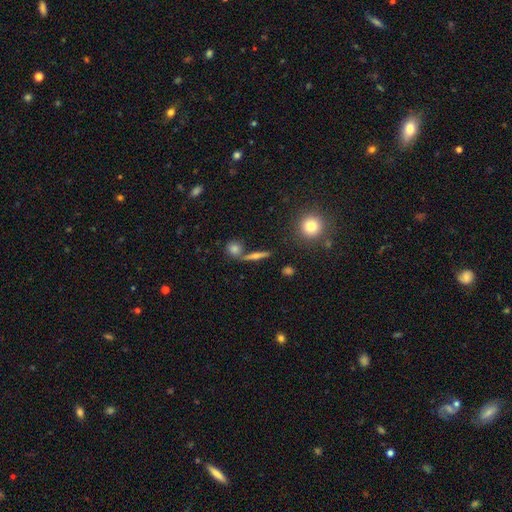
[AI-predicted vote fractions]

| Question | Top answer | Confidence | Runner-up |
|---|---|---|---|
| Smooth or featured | smooth | 44% | featured or disk (35%) |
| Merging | none | 66% | merger (18%) |